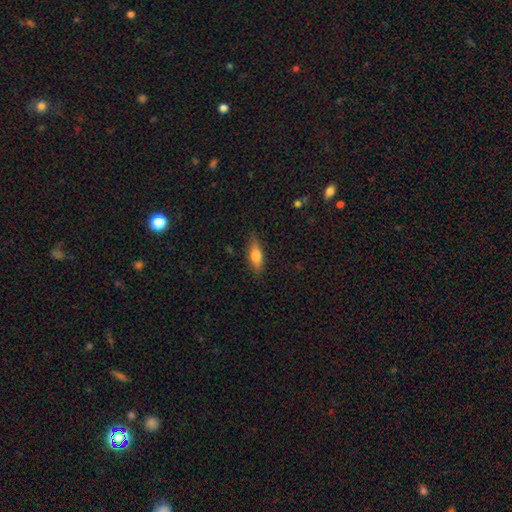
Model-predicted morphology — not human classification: Smooth or featured? Predicted: smooth (p=0.68). How rounded? Predicted: in between (p=0.62). Merging? Predicted: none (p=0.81).